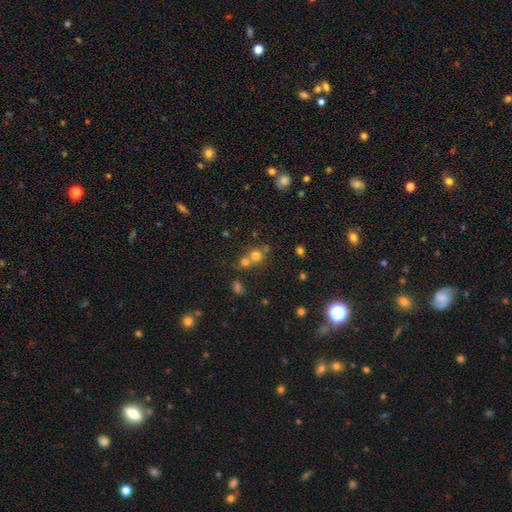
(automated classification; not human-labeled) Smooth or featured? Predicted: smooth (p=0.69). How rounded? Predicted: round (p=0.84). Merging? Predicted: merger (p=0.46).